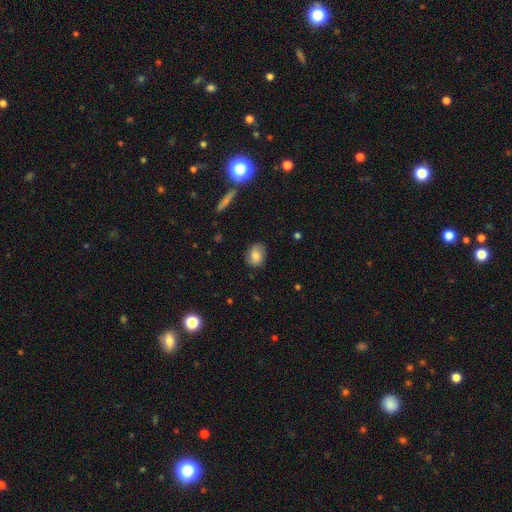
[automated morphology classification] This appears to be a smooth galaxy with no disk features (75%) that is in between round and cigar-shaped (54%). Merging: none (80%).